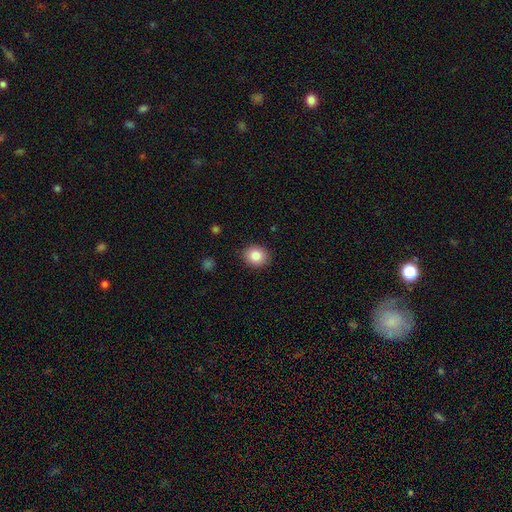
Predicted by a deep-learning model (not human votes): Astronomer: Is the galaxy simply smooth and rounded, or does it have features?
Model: smooth — 85%.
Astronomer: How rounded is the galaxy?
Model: round — 68%.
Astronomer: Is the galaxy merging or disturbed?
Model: none — 89%.